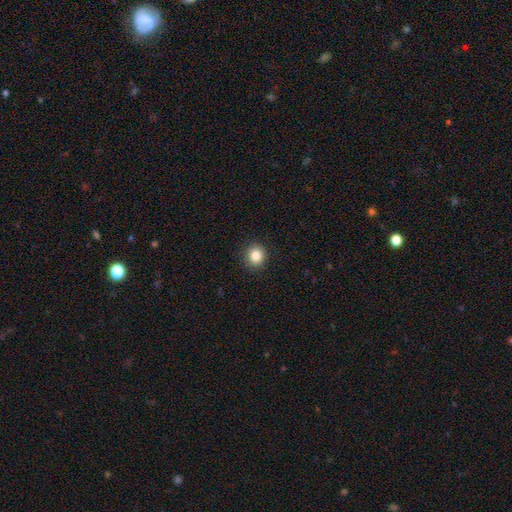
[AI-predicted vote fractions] This appears to be a smooth galaxy with no disk features (84%) that is round (86%). Merging: none (91%).